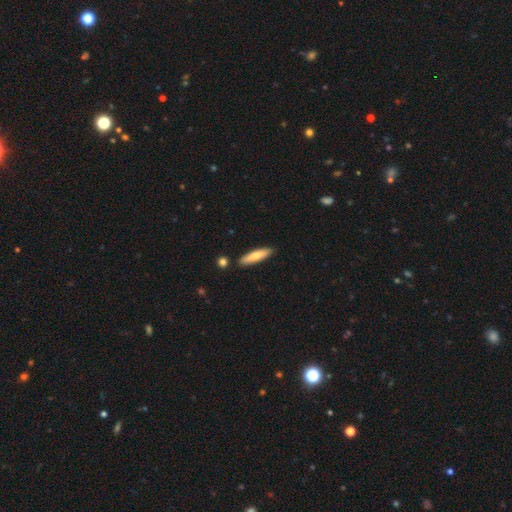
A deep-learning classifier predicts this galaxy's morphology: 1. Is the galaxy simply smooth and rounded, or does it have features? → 78% smooth, 17% featured or disk, 5% star or artifact.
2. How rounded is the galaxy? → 79% cigar-shaped, 20% in between, 1% round.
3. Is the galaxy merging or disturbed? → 87% none, 9% minor disturbance, 3% merger, 2% major disturbance.